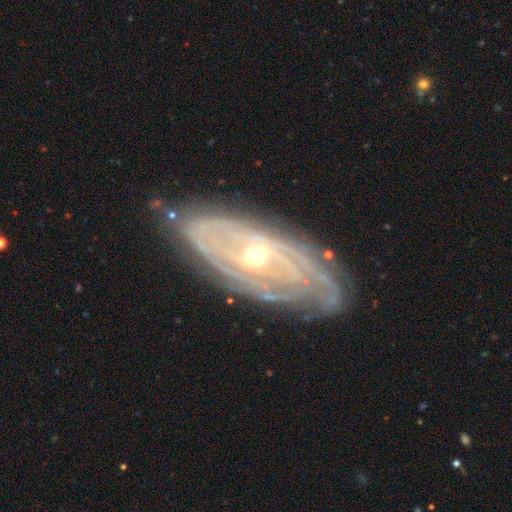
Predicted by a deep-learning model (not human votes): smooth_or_featured: featured or disk (p=0.87) [alt: smooth p=0.08]
disk_edge_on: no (p=0.88) [alt: yes p=0.12]
bar: no (p=0.59) [alt: weak p=0.28]
has_spiral_arms: yes (p=0.92) [alt: no p=0.08]
spiral_winding: tight (p=0.78) [alt: medium p=0.17]
spiral_arm_count: can't tell (p=0.47) [alt: 2 p=0.15]
bulge_size: moderate (p=0.59) [alt: small p=0.37]
merging: none (p=0.77) [alt: minor disturbance p=0.16]